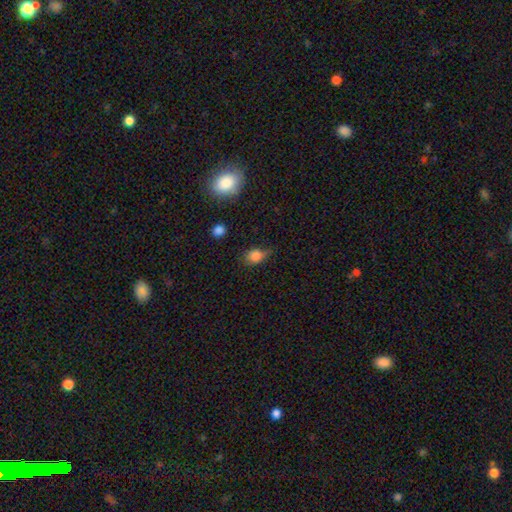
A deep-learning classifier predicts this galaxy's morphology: Smooth or featured? smooth (80%)
How rounded? in between (54%)
Merging? none (51%)